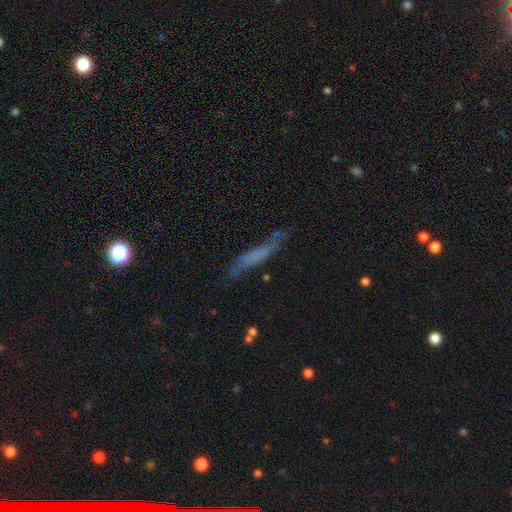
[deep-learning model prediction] Morphology: type=smooth (51%); roundness=cigar-shaped (87%); merging=none (58%).